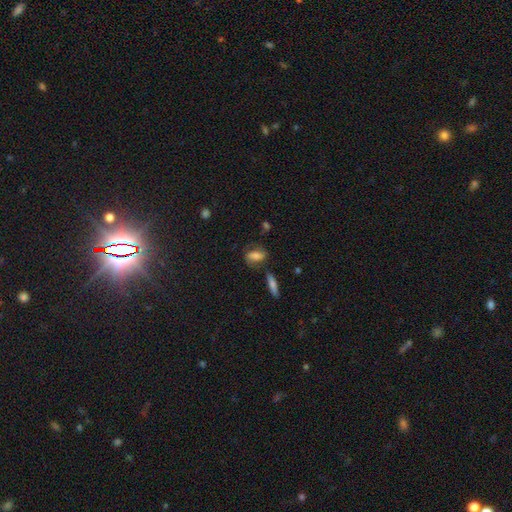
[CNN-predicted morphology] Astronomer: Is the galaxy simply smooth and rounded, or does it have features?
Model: smooth — 55% (runner-up: featured or disk, 35%).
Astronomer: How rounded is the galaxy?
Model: in between — 74%.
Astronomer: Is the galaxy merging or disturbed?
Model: none — 63%.